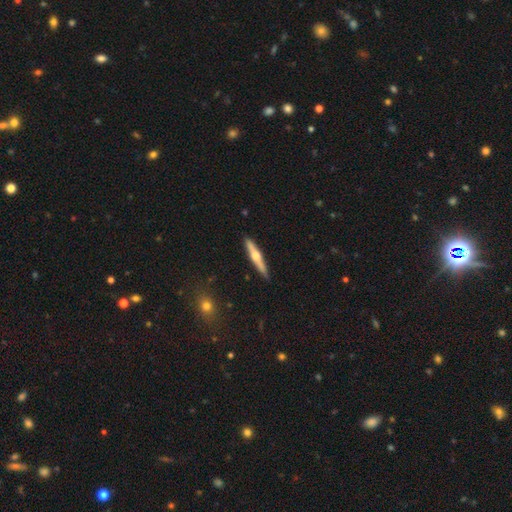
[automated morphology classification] A featured or disk galaxy (65%) viewed edge-on (97%) with a rounded central bulge (92%).

Vote fractions:
- Smooth or featured? featured or disk: 65% / smooth: 30% / star or artifact: 5%
- Edge-on disk? yes: 97% / no: 3%
- Edge-on bulge? rounded: 92% / none: 4% / boxy: 4%
- Merging? none: 89% / minor disturbance: 8% / major disturbance: 2% / merger: 1%